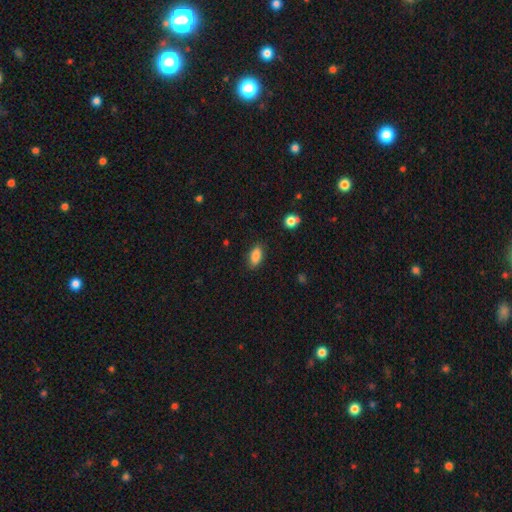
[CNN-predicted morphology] A smooth galaxy with no disk features (87%) that is in between round and cigar-shaped (89%). Merging: none (84%).